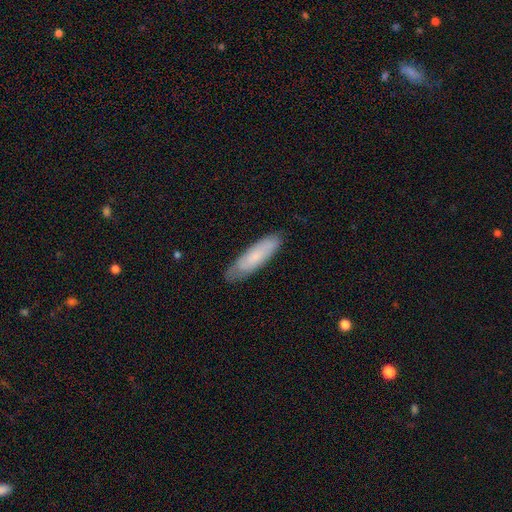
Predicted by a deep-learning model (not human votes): Overall: smooth (71%). How rounded: cigar-shaped (63%; in between 35%). Merging: none (78%).